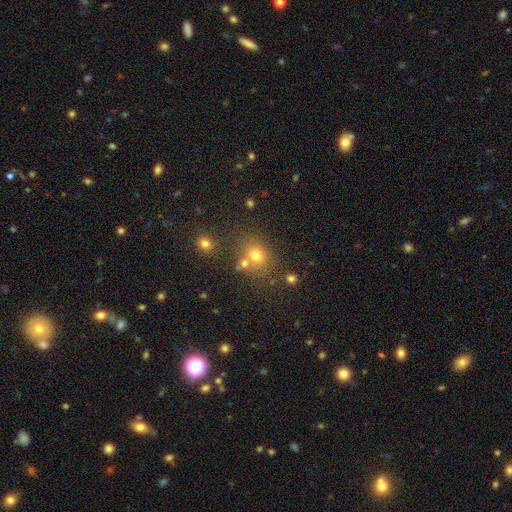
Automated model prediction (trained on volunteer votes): Overall: smooth (70%). How rounded: round (71%). Merging: none (63%).